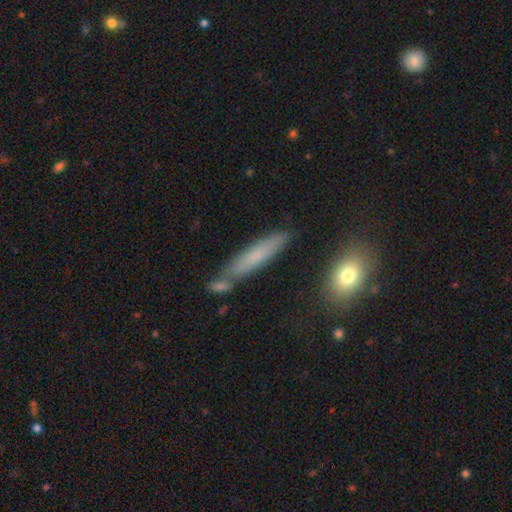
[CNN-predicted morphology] The model was most divided on "smooth or featured": smooth: 64%, featured or disk: 27%, star or artifact: 8%. More confident: how rounded — cigar-shaped (86%); merging — none (74%).